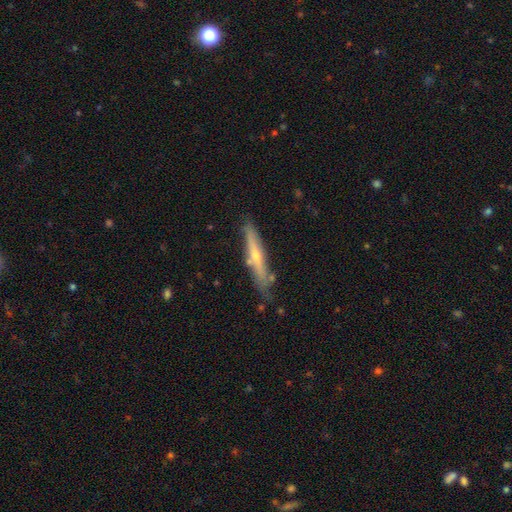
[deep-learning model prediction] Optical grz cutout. It shows a featured or disk galaxy (64%) viewed edge-on (90%) with a rounded central bulge (78%). Merging: none (76%).